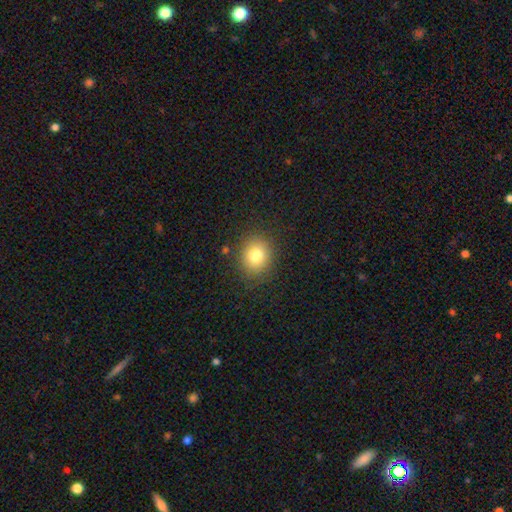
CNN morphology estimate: The model was most divided on "how rounded": round: 72%, in between: 27%, cigar-shaped: 1%. More confident: merging — none (87%); smooth or featured — smooth (79%).